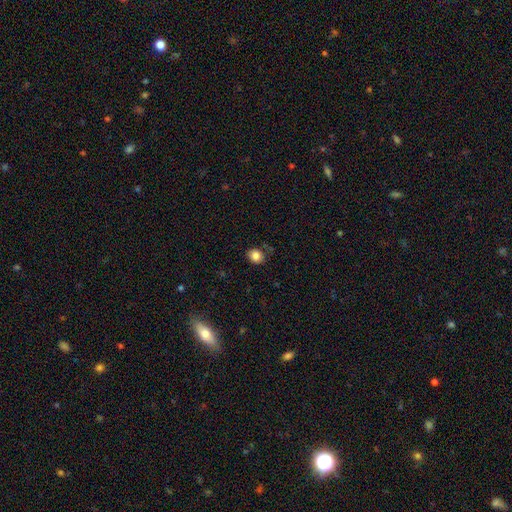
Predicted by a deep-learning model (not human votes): A smooth galaxy with no disk features (83%) that is round (64%).

Vote fractions:
- Smooth or featured? smooth: 83% / star or artifact: 10% / featured or disk: 6%
- How rounded? round: 64% / in between: 35% / cigar-shaped: 1%
- Merging? none: 81% / minor disturbance: 13% / major disturbance: 3% / merger: 2%